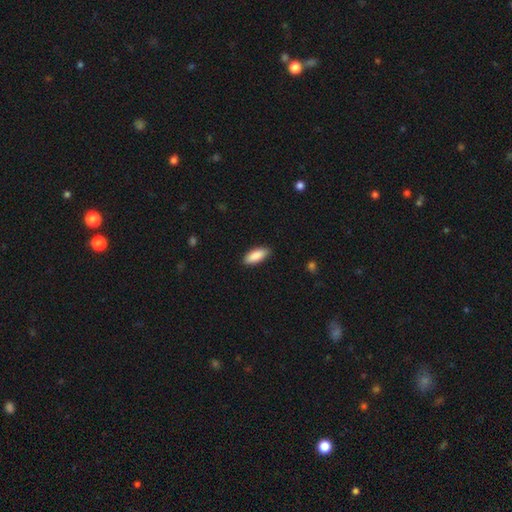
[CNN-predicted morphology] Smooth or featured: smooth — 89% (star or artifact — 6%)
How rounded: in between — 80% (cigar-shaped — 19%)
Merging: none — 89% (minor disturbance — 8%)